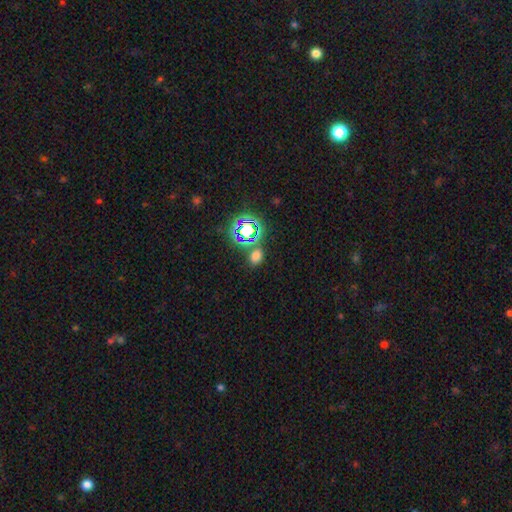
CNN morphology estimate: Overall: smooth (58%; star or artifact 35%). How rounded: in between (64%; round 34%). Merging: none (75%).